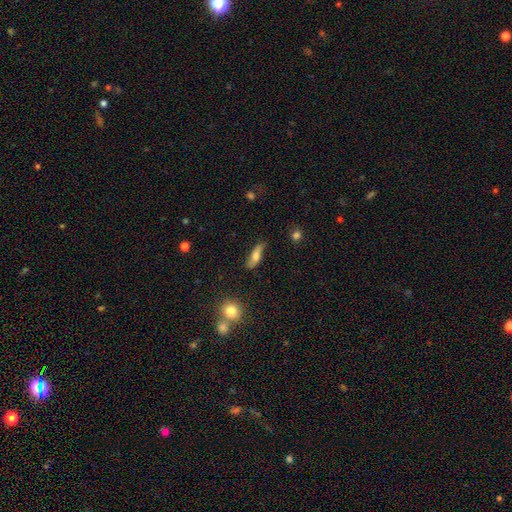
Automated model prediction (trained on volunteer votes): Overall: smooth (55%; featured or disk 38%). How rounded: cigar-shaped (49%; in between 47%). Merging: none (71%).